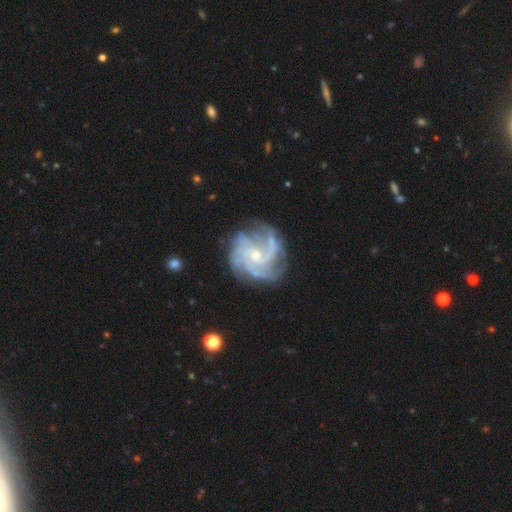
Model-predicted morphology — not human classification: A featured or disk galaxy (88%) with no bar (68%), 4 (26%) tight (48%) spiral arms (97%) and a small central bulge (64%). Merging: none (71%).